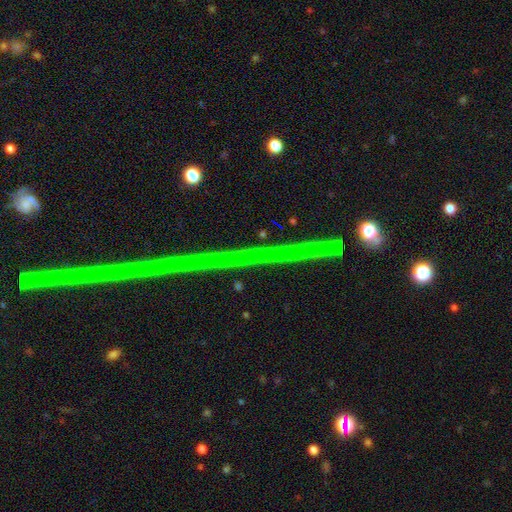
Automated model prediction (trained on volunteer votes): This appears to be a star or artifact, not a galaxy (82%).